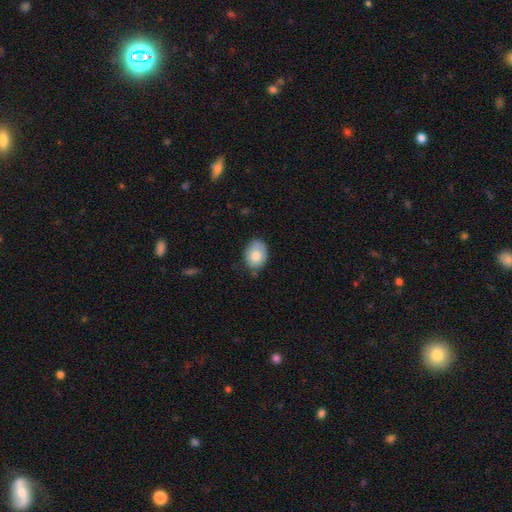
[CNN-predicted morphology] Overall: smooth (79%). How rounded: in between (69%; round 30%). Merging: none (71%).